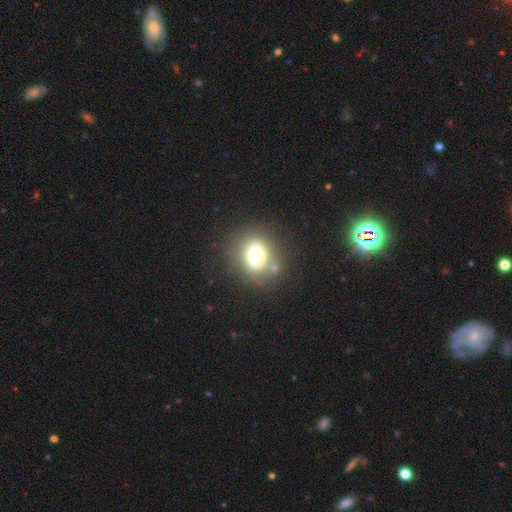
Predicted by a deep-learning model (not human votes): This appears to be a smooth galaxy with no disk features (69%) that is round (61%). Merging: none (70%).